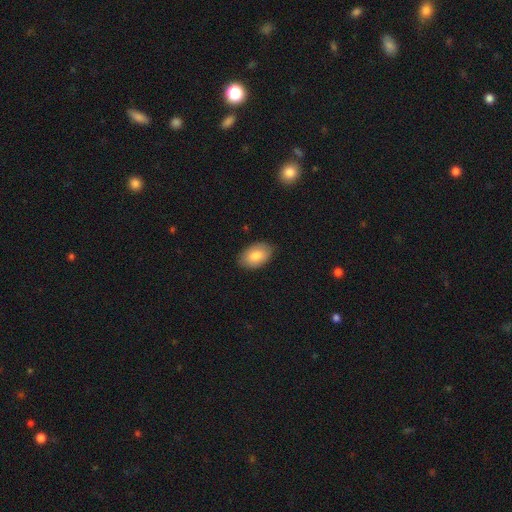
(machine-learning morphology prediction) Smooth or featured? Predicted: smooth (p=0.83). How rounded? Predicted: in between (p=0.91). Merging? Predicted: none (p=0.84).